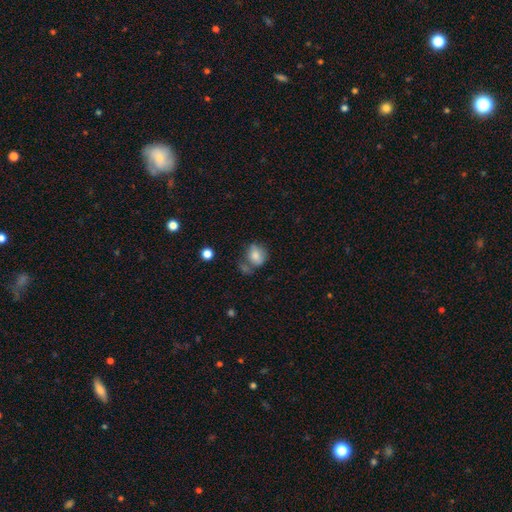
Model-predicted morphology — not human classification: smooth_or_featured: smooth (p=0.76) [alt: featured or disk p=0.15]
how_rounded: round (p=0.56) [alt: in between p=0.42]
merging: none (p=0.45) [alt: minor disturbance p=0.25]